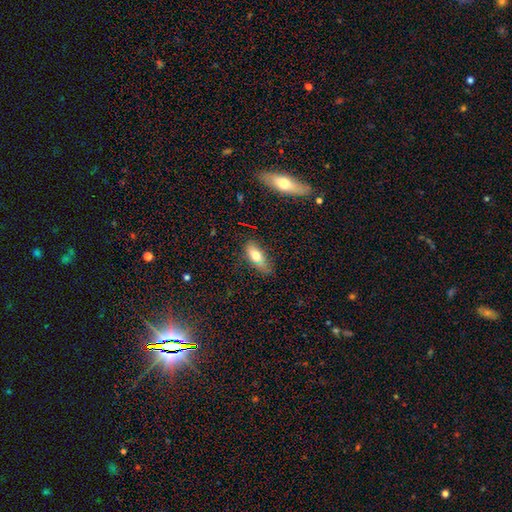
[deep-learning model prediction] smooth_or_featured: smooth (p=0.72) [alt: featured or disk p=0.20]
how_rounded: in between (p=0.78) [alt: cigar-shaped p=0.19]
merging: none (p=0.66) [alt: minor disturbance p=0.25]